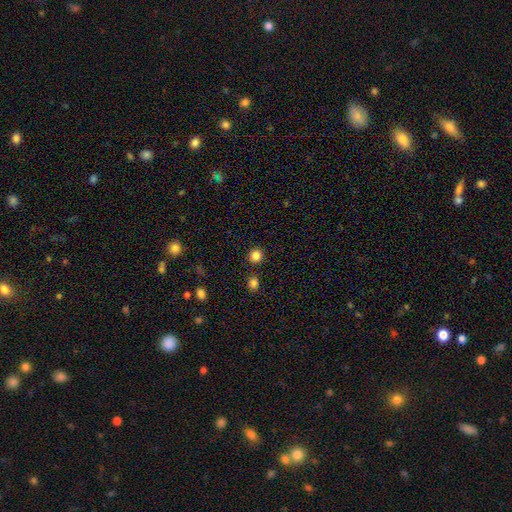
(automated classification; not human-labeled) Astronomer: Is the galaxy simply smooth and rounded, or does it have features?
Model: smooth — 84%.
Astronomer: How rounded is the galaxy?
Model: round — 92%.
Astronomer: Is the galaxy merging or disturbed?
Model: none — 88%.